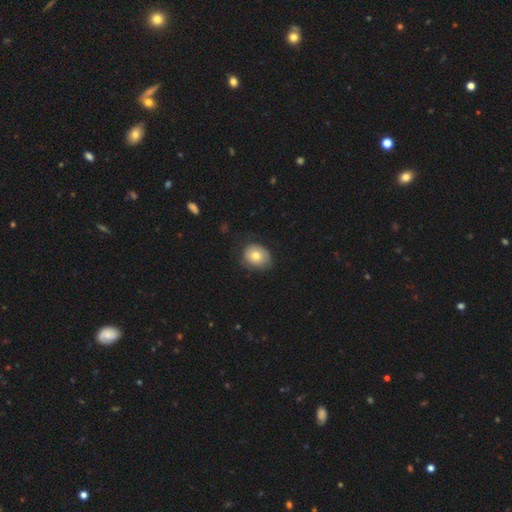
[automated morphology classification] This appears to be a smooth galaxy with no disk features (71%) that is round (59%). Merging: none (70%).